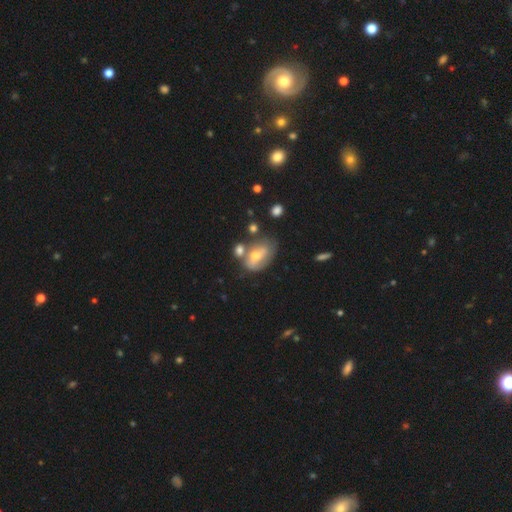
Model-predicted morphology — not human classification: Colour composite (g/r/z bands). It shows a smooth galaxy with no disk features (48%). Merging: none (41%).